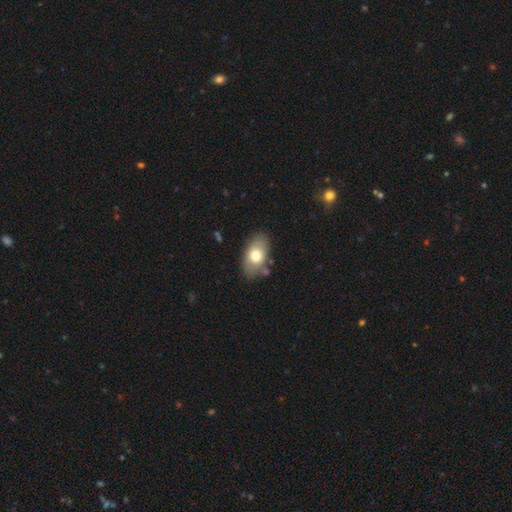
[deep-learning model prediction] Smooth or featured? Predicted: smooth (p=0.69). How rounded? Predicted: in between (p=0.90). Merging? Predicted: none (p=0.73).